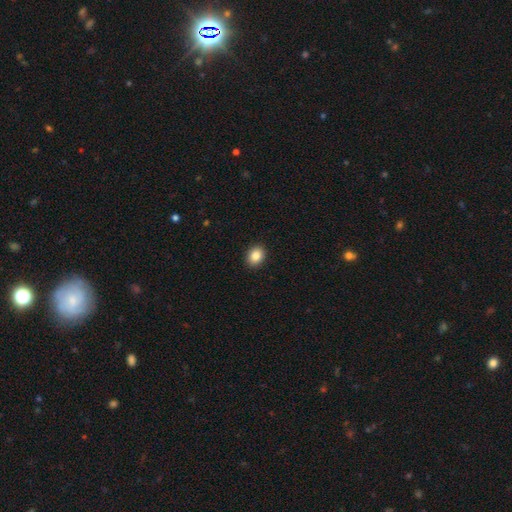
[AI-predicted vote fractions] This is clearly a smooth galaxy (86%). How rounded: possibly in between (56%). Merging: clearly none (91%).